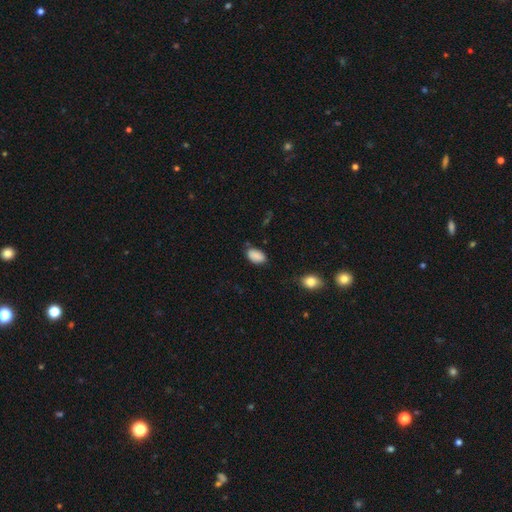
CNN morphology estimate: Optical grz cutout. It shows a smooth galaxy with no disk features (88%) that is in between round and cigar-shaped (92%). Merging: none (75%).